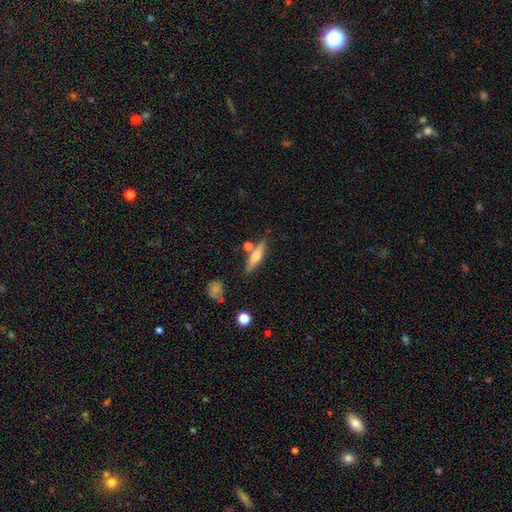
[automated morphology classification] Smooth or featured? smooth (50%)
How rounded? cigar-shaped (78%)
Merging? none (72%)